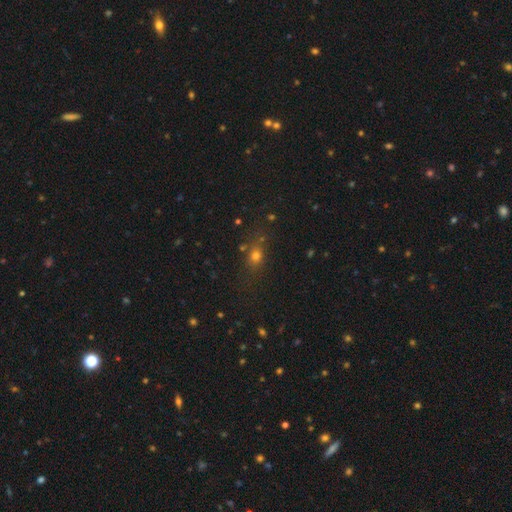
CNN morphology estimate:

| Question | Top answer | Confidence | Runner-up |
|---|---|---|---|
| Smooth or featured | smooth | 67% | star or artifact (22%) |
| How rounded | round | 48% | in between (46%) |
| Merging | none | 74% | minor disturbance (15%) |